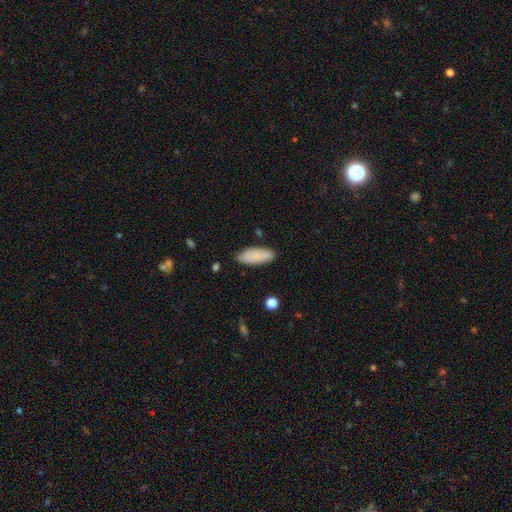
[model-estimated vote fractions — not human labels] A smooth galaxy with no disk features (84%) that is in between round and cigar-shaped (75%).

Vote fractions:
- Smooth or featured? smooth: 84% / featured or disk: 10% / star or artifact: 6%
- How rounded? in between: 75% / cigar-shaped: 23% / round: 2%
- Merging? none: 83% / minor disturbance: 13% / major disturbance: 2% / merger: 2%